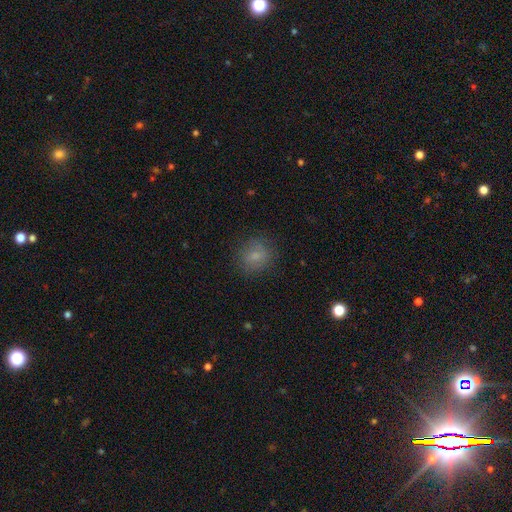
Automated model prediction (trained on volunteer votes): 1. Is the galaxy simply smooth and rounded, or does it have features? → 77% smooth, 12% featured or disk, 11% star or artifact.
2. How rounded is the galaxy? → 72% round, 26% in between, 1% cigar-shaped.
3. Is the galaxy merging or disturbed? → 81% none, 13% minor disturbance, 5% major disturbance, 1% merger.